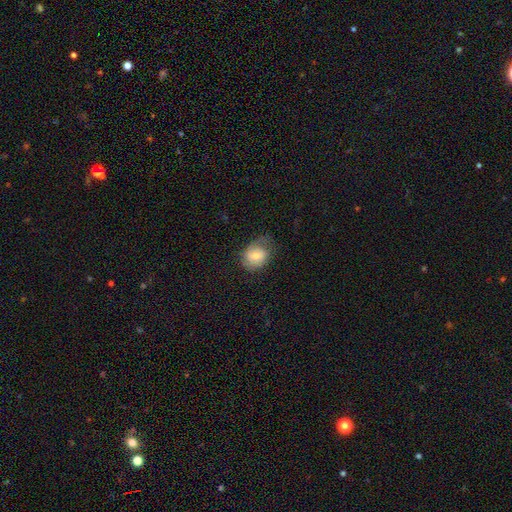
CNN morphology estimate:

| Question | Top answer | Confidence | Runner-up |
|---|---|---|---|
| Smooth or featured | smooth | 59% | featured or disk (33%) |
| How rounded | round | 50% | in between (49%) |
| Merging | none | 50% | minor disturbance (30%) |